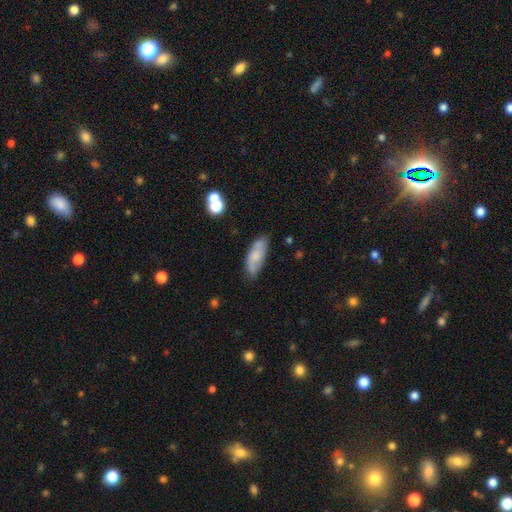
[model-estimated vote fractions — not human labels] Q: Smooth or featured?
A: smooth (66%); runner-up: featured or disk (27%)
Q: How rounded?
A: in between (72%); runner-up: cigar-shaped (26%)
Q: Merging?
A: none (73%); runner-up: minor disturbance (19%)